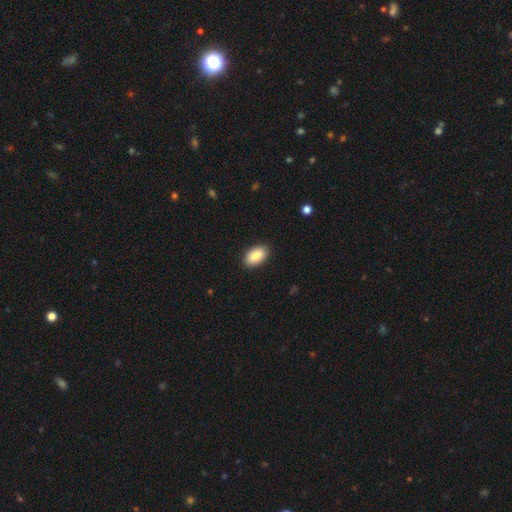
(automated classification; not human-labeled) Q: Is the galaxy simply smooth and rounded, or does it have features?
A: smooth — 88%.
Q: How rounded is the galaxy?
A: in between — 94%.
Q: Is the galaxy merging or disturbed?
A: none — 89%.